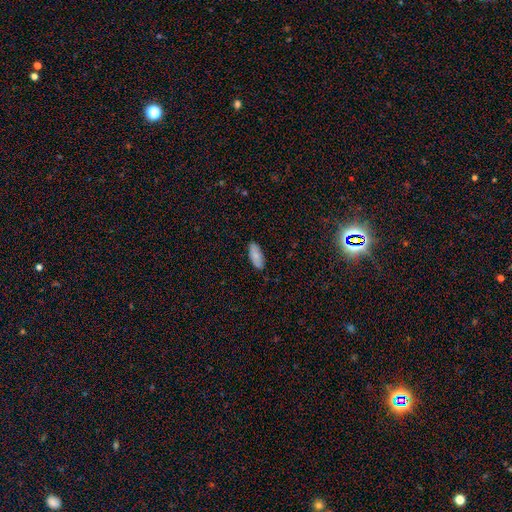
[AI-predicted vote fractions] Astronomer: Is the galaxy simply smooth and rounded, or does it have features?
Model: smooth — 82%.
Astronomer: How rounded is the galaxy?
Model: in between — 85%.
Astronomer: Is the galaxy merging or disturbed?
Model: none — 86%.